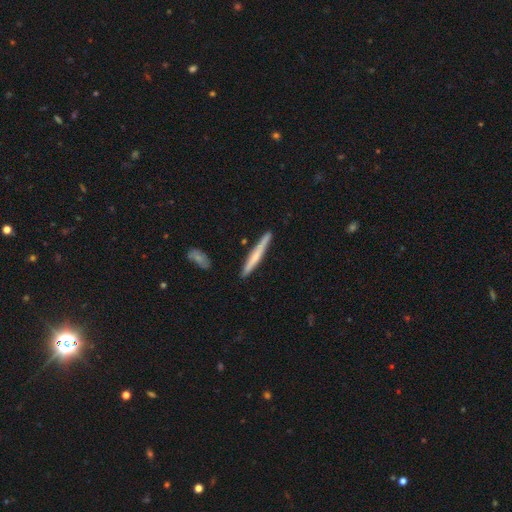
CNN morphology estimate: A smooth galaxy with no disk features (51%) that is cigar-shaped (96%).

Vote fractions:
- Smooth or featured? smooth: 51% / featured or disk: 44% / star or artifact: 6%
- How rounded? cigar-shaped: 96% / in between: 2% / round: 1%
- Merging? none: 88% / minor disturbance: 9% / merger: 2% / major disturbance: 2%